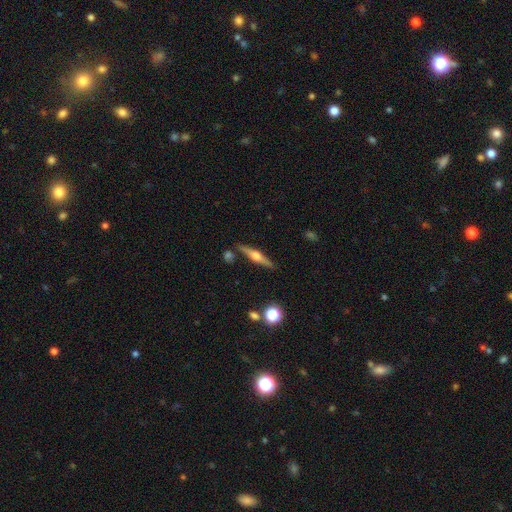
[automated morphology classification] Q: Smooth or featured?
A: featured or disk (71%); runner-up: smooth (23%)
Q: Edge-on disk?
A: yes (97%); runner-up: no (3%)
Q: Edge-on bulge?
A: rounded (90%); runner-up: boxy (7%)
Q: Merging?
A: none (85%); runner-up: minor disturbance (9%)